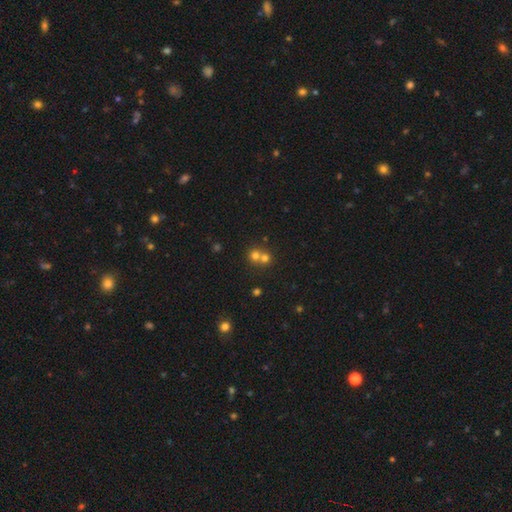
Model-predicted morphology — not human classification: Smooth or featured? Predicted: smooth (p=0.69). How rounded? Predicted: round (p=0.87). Merging? Predicted: merger (p=0.53).